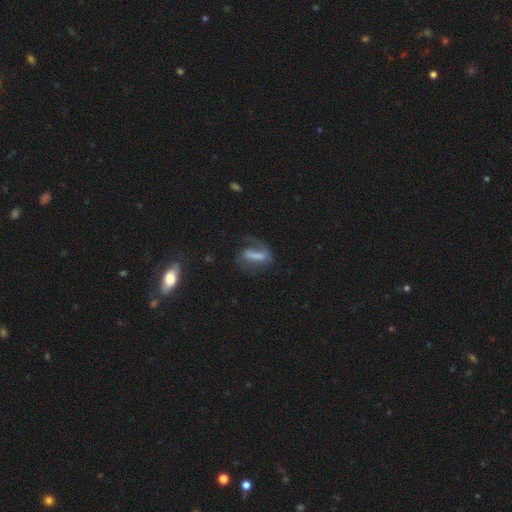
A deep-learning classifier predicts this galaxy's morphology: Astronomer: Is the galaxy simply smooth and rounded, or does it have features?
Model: featured or disk — 52% (runner-up: smooth, 38%).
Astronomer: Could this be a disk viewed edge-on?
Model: no — 89%.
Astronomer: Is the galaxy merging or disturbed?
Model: none — 40% (runner-up: major disturbance, 39%).